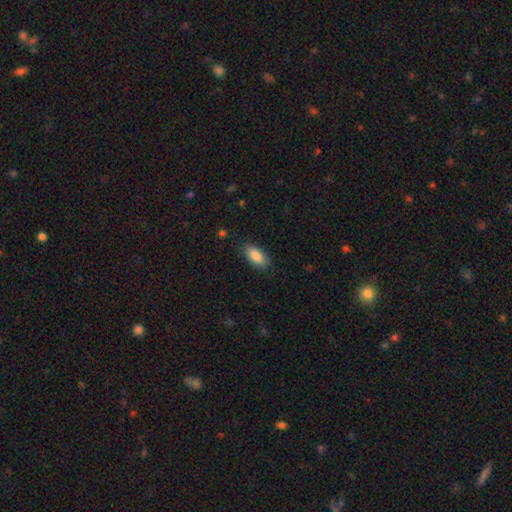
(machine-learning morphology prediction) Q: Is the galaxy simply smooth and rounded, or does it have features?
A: smooth — 88%.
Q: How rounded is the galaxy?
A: in between — 90%.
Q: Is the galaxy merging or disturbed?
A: none — 84%.